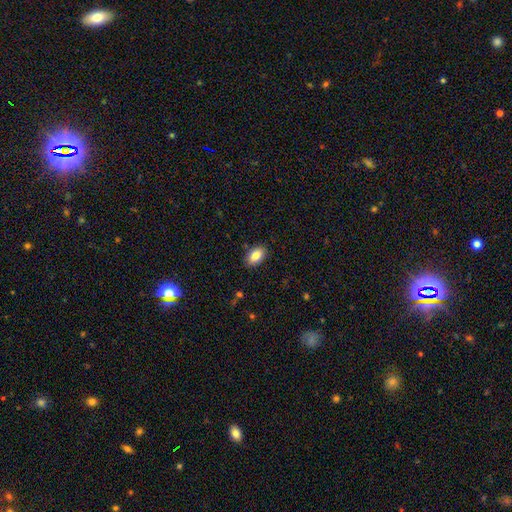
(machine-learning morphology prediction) Smooth or featured? Predicted: smooth (p=0.84). How rounded? Predicted: in between (p=0.91). Merging? Predicted: none (p=0.86).